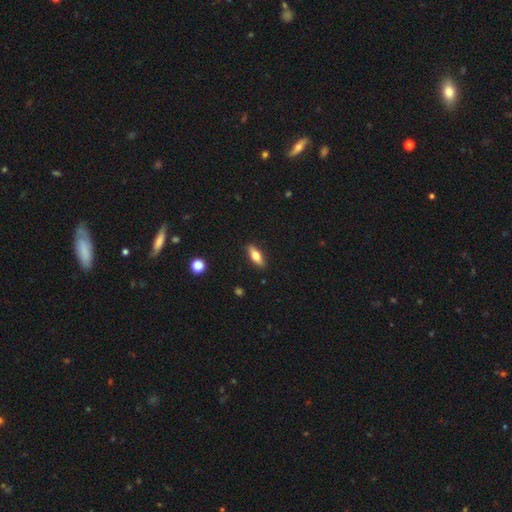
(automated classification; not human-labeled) A smooth galaxy with no disk features (61%) that is in between round and cigar-shaped (64%).

Vote fractions:
- Smooth or featured? smooth: 61% / featured or disk: 32% / star or artifact: 7%
- How rounded? in between: 64% / cigar-shaped: 33% / round: 3%
- Merging? none: 89% / minor disturbance: 8% / major disturbance: 2% / merger: 1%